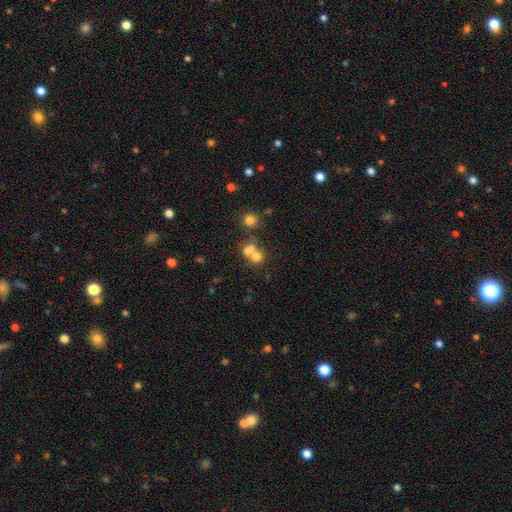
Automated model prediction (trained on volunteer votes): Morphology: type=smooth (66%); roundness=round (76%); merging=merger (55%).